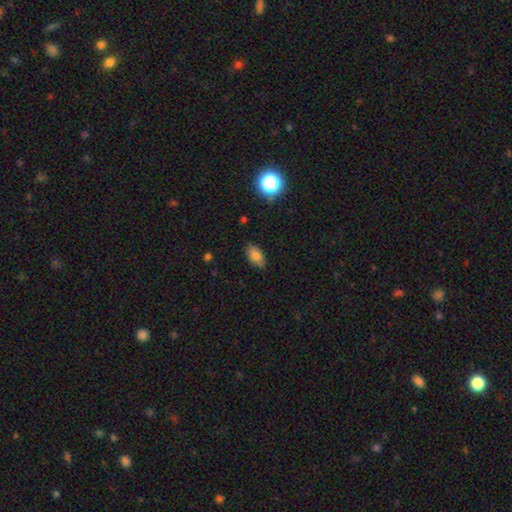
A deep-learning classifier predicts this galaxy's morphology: Smooth or featured? smooth (79%)
How rounded? in between (93%)
Merging? none (82%)